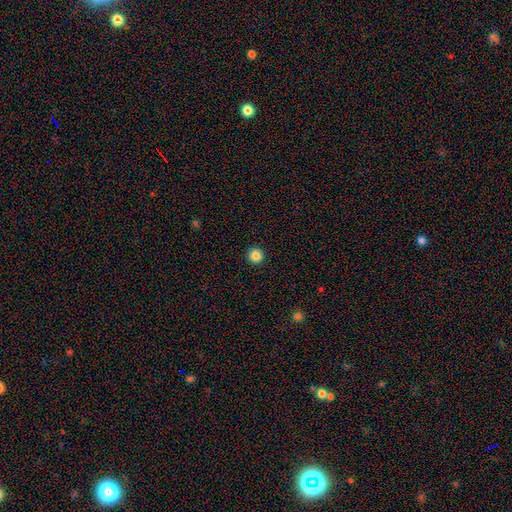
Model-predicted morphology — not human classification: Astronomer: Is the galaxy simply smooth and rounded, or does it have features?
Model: smooth — 86%.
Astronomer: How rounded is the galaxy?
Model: round — 97%.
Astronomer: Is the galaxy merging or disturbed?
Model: none — 94%.